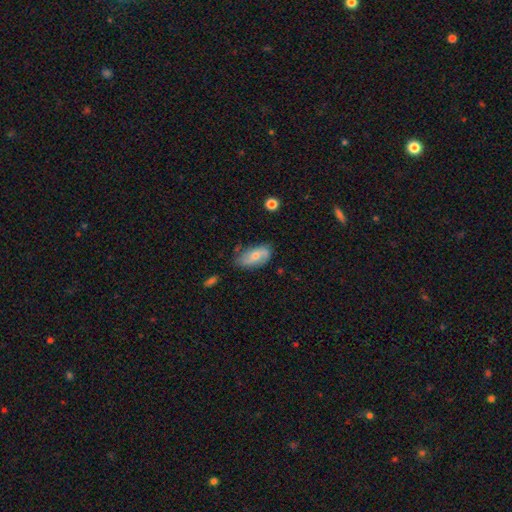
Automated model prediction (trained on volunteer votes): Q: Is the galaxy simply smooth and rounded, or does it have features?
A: smooth — 50%.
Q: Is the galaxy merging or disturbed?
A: none — 65%.